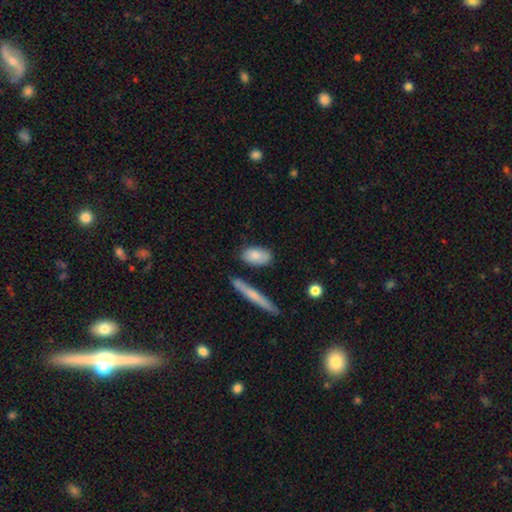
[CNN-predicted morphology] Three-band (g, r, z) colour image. It shows a smooth galaxy with no disk features (81%) that is in between round and cigar-shaped (86%). Merging: none (72%).